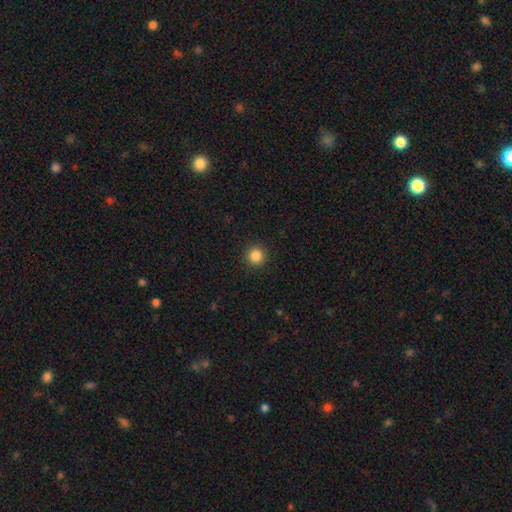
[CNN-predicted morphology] Smooth or featured? smooth (86%)
How rounded? round (95%)
Merging? none (92%)